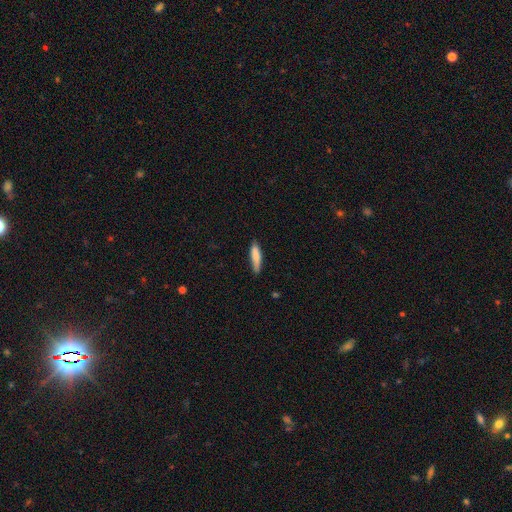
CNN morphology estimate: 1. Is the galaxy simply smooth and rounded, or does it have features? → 81% smooth, 13% featured or disk, 6% star or artifact.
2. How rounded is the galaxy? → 78% cigar-shaped, 20% in between, 1% round.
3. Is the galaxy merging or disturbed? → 78% none, 18% minor disturbance, 3% major disturbance, 1% merger.